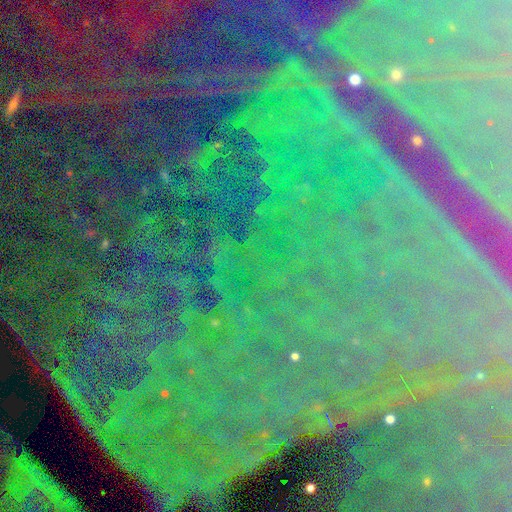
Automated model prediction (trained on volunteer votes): smooth_or_featured: star or artifact (p=0.86) [alt: featured or disk p=0.07]